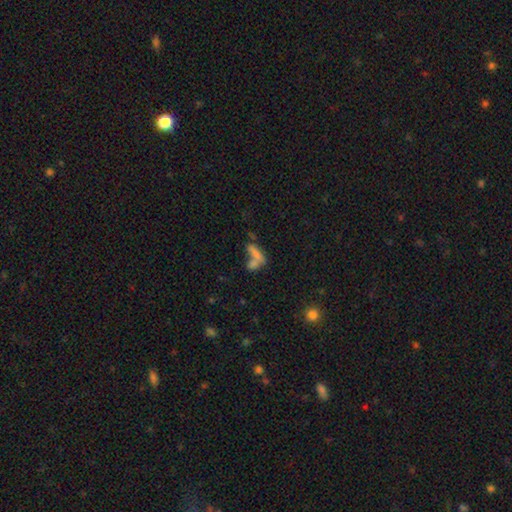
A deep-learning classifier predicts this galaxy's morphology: Smooth or featured?
  - smooth: 69% *
  - featured or disk: 18%
  - star or artifact: 13%
How rounded?
  - in between: 51% *
  - cigar-shaped: 42%
  - round: 7%
Merging?
  - merger: 53% *
  - none: 31%
  - minor disturbance: 9%
  - major disturbance: 6%